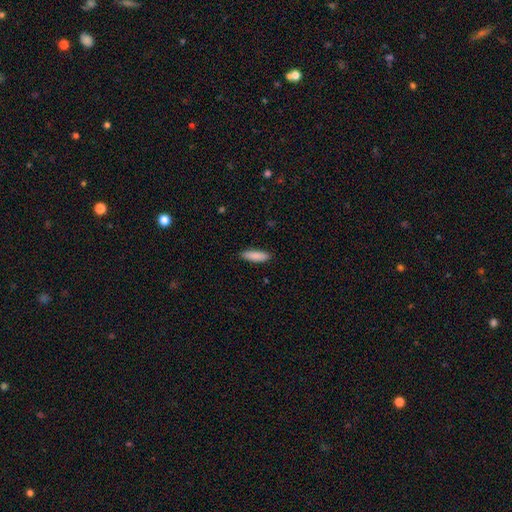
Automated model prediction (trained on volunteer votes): smooth-or-featured: smooth: 87% | featured or disk: 7% | star or artifact: 6%
  how-rounded: cigar-shaped: 56% | in between: 43% | round: 2%
  merging: none: 89% | minor disturbance: 8% | major disturbance: 2% | merger: 1%